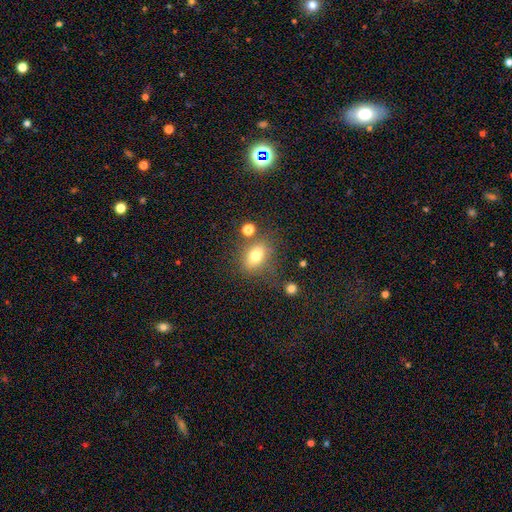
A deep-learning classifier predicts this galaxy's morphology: A smooth galaxy with no disk features (74%) that is in between round and cigar-shaped (72%).

Vote fractions:
- Smooth or featured? smooth: 74% / featured or disk: 14% / star or artifact: 12%
- How rounded? in between: 72% / round: 25% / cigar-shaped: 3%
- Merging? none: 67% / minor disturbance: 16% / merger: 11% / major disturbance: 7%